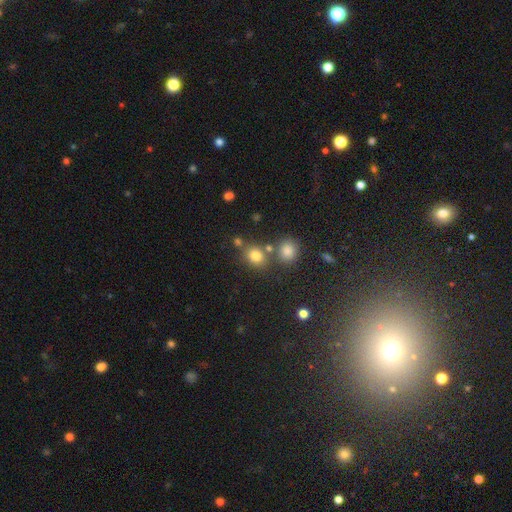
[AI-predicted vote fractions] This is likely a smooth galaxy (77%). How rounded: likely round (68%). Merging: likely none (65%).